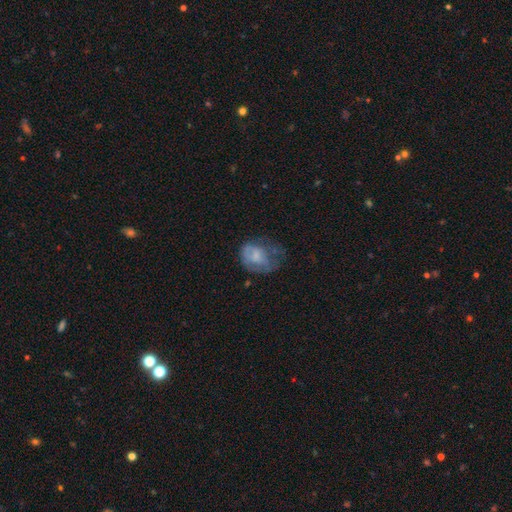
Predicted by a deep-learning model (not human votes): smooth-or-featured: smooth: 57% | featured or disk: 34% | star or artifact: 9%
  how-rounded: in between: 58% | round: 41% | cigar-shaped: 1%
  merging: major disturbance: 34% | none: 33% | minor disturbance: 30% | merger: 2%